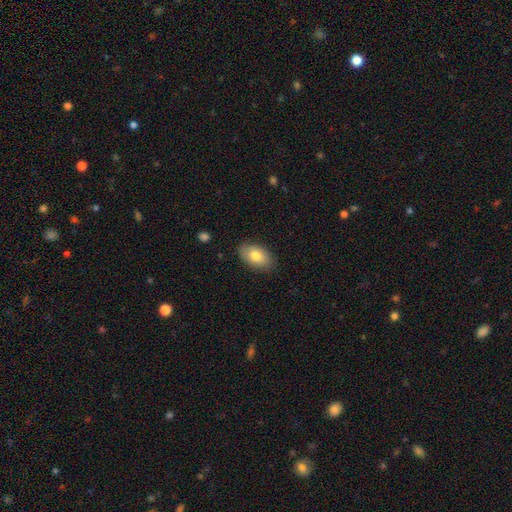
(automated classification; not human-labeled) This is likely a smooth galaxy (79%). How rounded: clearly in between (92%). Merging: clearly none (85%).